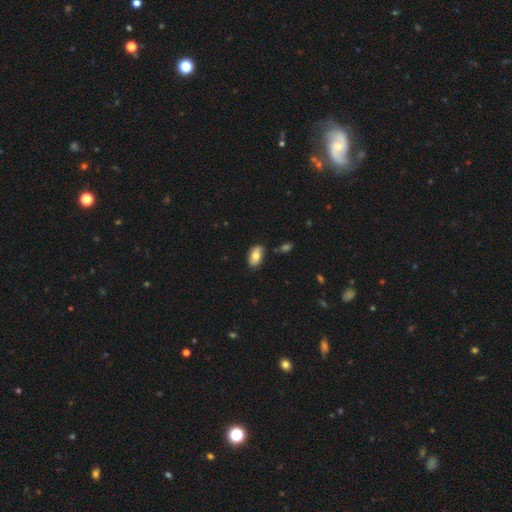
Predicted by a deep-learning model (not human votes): smooth_or_featured: smooth (p=0.72) [alt: featured or disk p=0.20]
how_rounded: in between (p=0.93) [alt: round p=0.05]
merging: none (p=0.73) [alt: minor disturbance p=0.20]